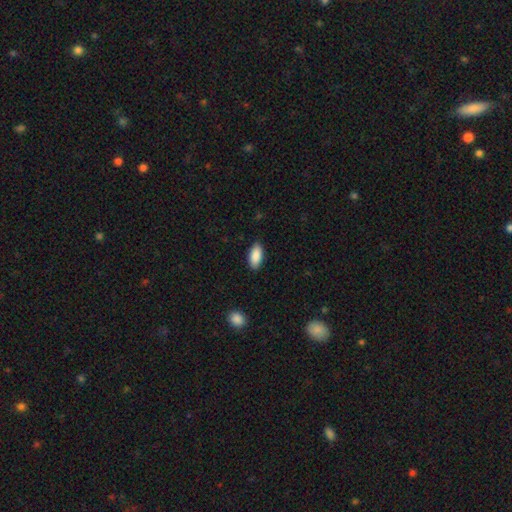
Smooth or featured?
  - smooth: 89% *
  - featured or disk: 5%
  - star or artifact: 5%
How rounded?
  - in between: 82% *
  - cigar-shaped: 15%
  - round: 3%
Merging?
  - none: 81% *
  - minor disturbance: 11%
  - merger: 6%
  - major disturbance: 3%